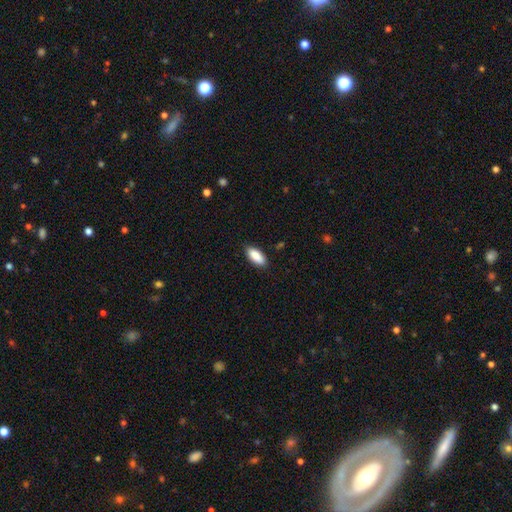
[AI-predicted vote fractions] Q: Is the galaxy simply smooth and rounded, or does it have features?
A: smooth — 88%.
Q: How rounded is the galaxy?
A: in between — 85%.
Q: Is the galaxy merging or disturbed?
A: none — 87%.